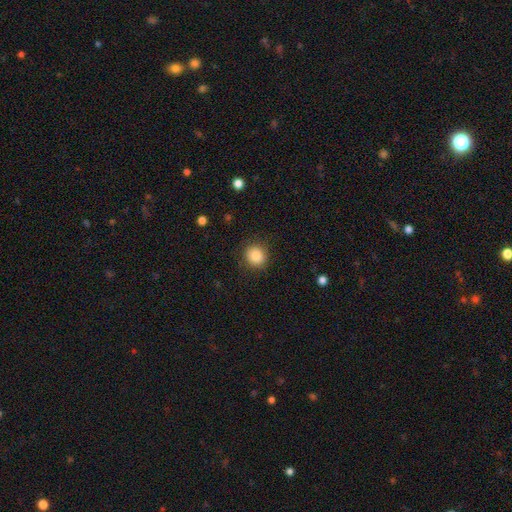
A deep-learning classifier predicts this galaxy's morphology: A smooth galaxy with no disk features (86%) that is round (85%).

Vote fractions:
- Smooth or featured? smooth: 86% / star or artifact: 9% / featured or disk: 4%
- How rounded? round: 85% / in between: 14% / cigar-shaped: 1%
- Merging? none: 88% / minor disturbance: 8% / major disturbance: 3% / merger: 1%